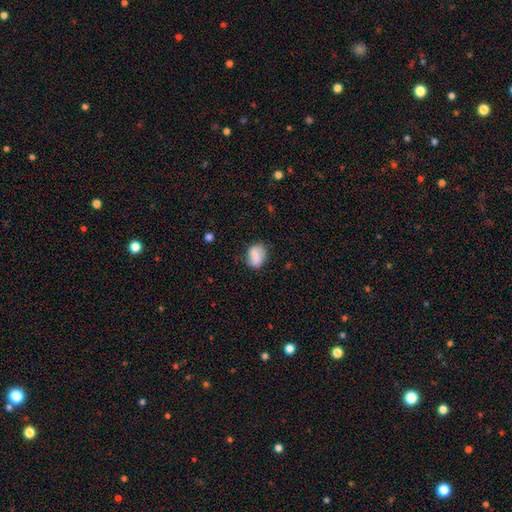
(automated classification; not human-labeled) smooth-or-featured: smooth: 77% | featured or disk: 15% | star or artifact: 8%
  how-rounded: in between: 67% | round: 31% | cigar-shaped: 2%
  merging: none: 71% | minor disturbance: 21% | major disturbance: 6% | merger: 2%